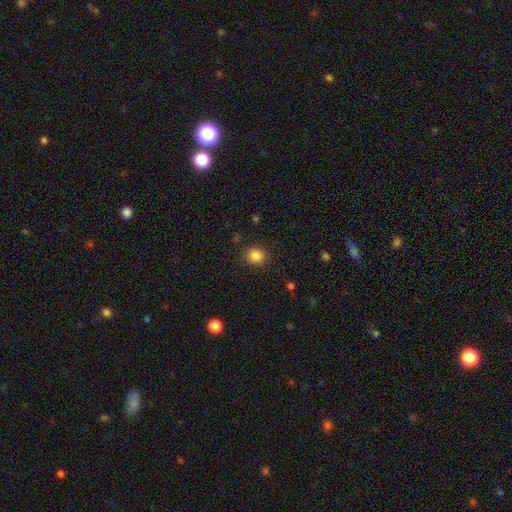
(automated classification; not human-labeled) This appears to be a smooth galaxy with no disk features (85%) that is round (81%). Merging: none (89%).